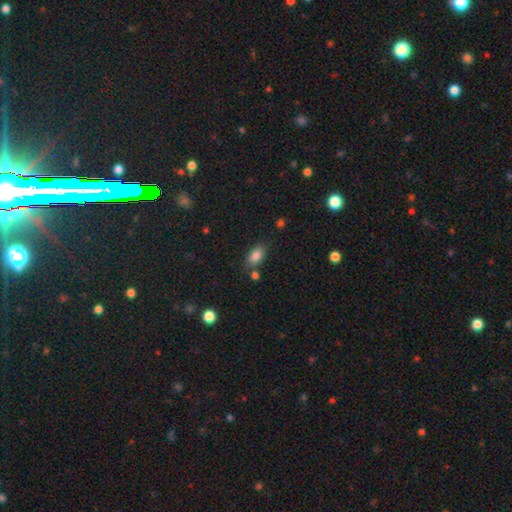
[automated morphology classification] The model was most divided on "merging": none: 72%, minor disturbance: 15%, merger: 9%, major disturbance: 4%. More confident: how rounded — in between (88%); smooth or featured — smooth (84%).